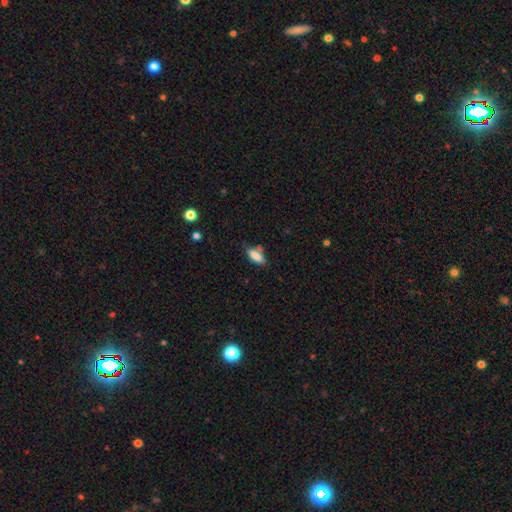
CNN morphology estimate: type=smooth (82%); roundness=in between (76%); merging=none (60%).